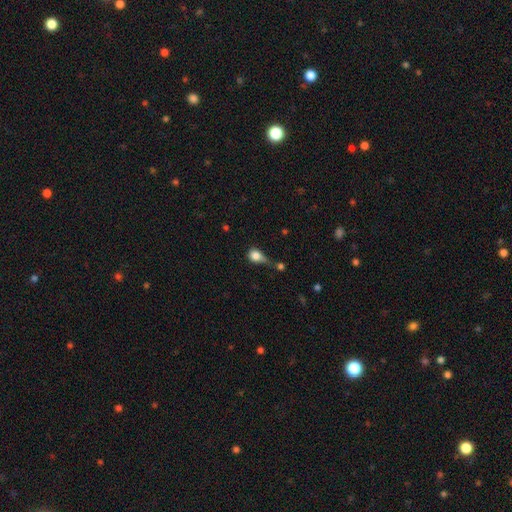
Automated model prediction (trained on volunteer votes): A smooth galaxy with no disk features (79%) that is round (56%). Merging: none (30%).